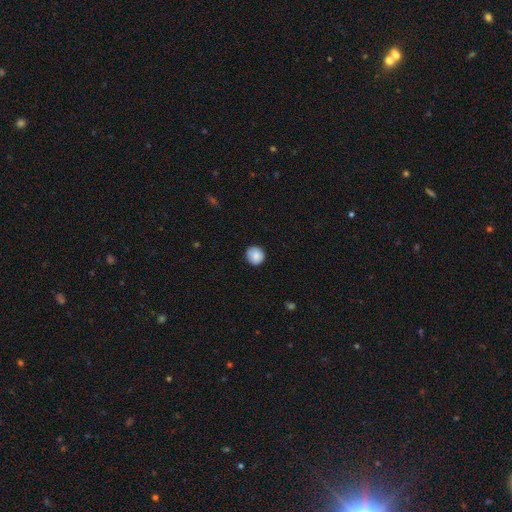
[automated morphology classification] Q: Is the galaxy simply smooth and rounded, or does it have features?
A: smooth — 87%.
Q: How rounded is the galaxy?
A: round — 89%.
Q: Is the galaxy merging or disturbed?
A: none — 88%.